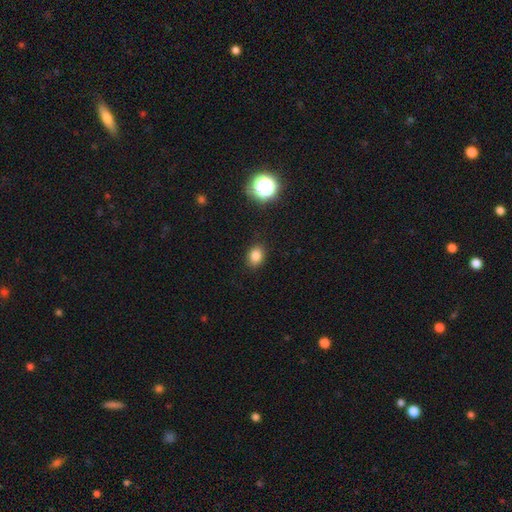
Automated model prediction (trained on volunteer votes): This is clearly a smooth galaxy (82%). How rounded: possibly in between (59%). Merging: clearly none (87%).